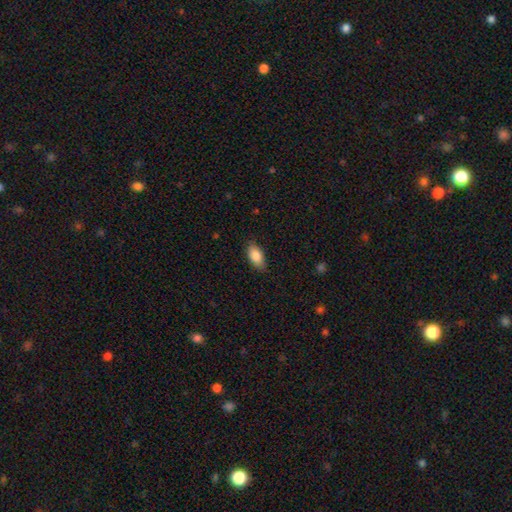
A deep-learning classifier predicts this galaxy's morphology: Q: Smooth or featured?
A: smooth (85%); runner-up: featured or disk (9%)
Q: How rounded?
A: in between (91%); runner-up: cigar-shaped (6%)
Q: Merging?
A: none (83%); runner-up: minor disturbance (13%)